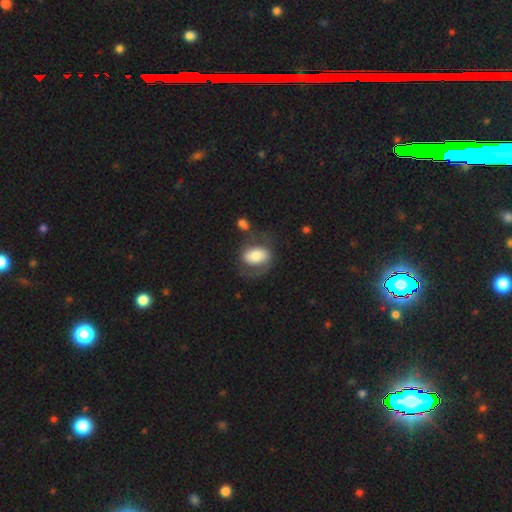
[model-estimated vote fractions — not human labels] smooth 47%, featured or disk 46%, star or artifact 6%. Down the decision tree: merging — none (49%).